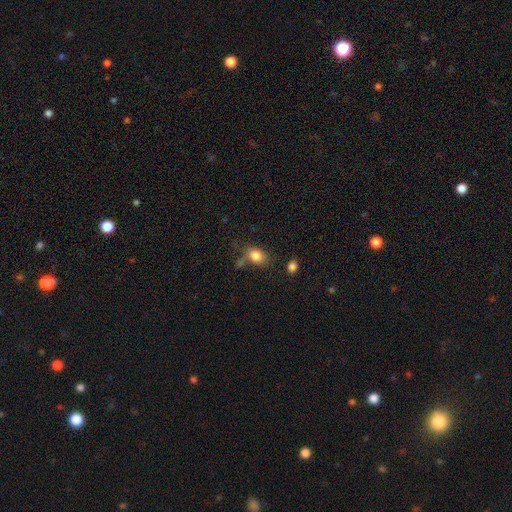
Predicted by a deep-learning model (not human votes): The model was most divided on "how rounded": in between: 67%, round: 32%, cigar-shaped: 1%. More confident: smooth or featured — smooth (82%); merging — none (61%).